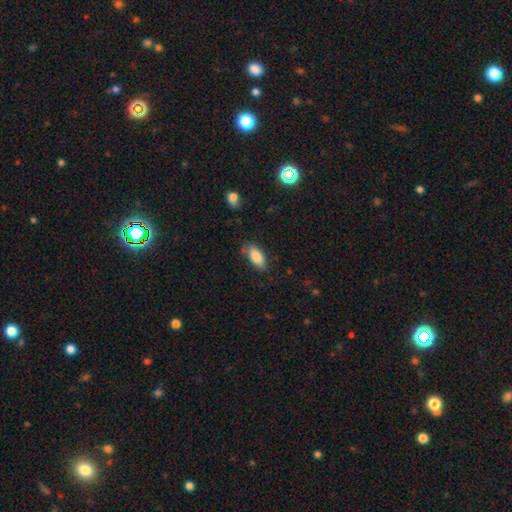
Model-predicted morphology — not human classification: Smooth or featured: smooth — 85% (featured or disk — 8%)
How rounded: in between — 88% (cigar-shaped — 10%)
Merging: none — 76% (minor disturbance — 18%)